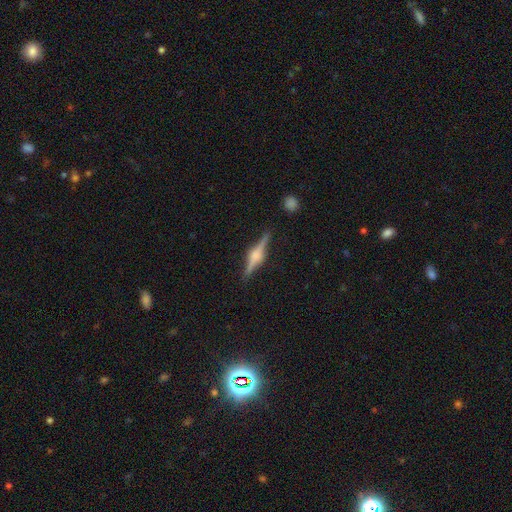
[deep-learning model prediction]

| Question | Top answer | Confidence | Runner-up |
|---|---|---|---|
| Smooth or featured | featured or disk | 79% | smooth (14%) |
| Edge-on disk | yes | 98% | no (2%) |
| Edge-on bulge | rounded | 84% | boxy (14%) |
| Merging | none | 87% | minor disturbance (9%) |